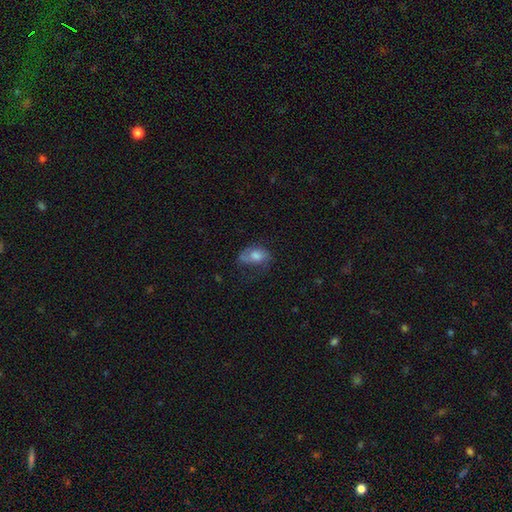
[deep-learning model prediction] Smooth or featured? Predicted: smooth (p=0.52). How rounded? Predicted: in between (p=0.81). Merging? Predicted: none (p=0.45).